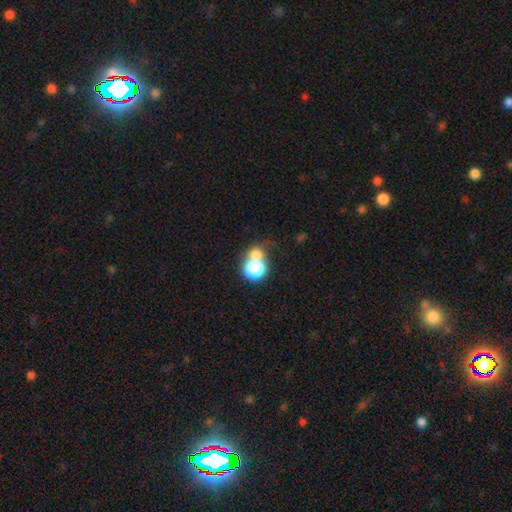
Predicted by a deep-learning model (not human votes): This is likely a smooth galaxy (65%). How rounded: likely round (76%). Merging: marginally merger (43%).